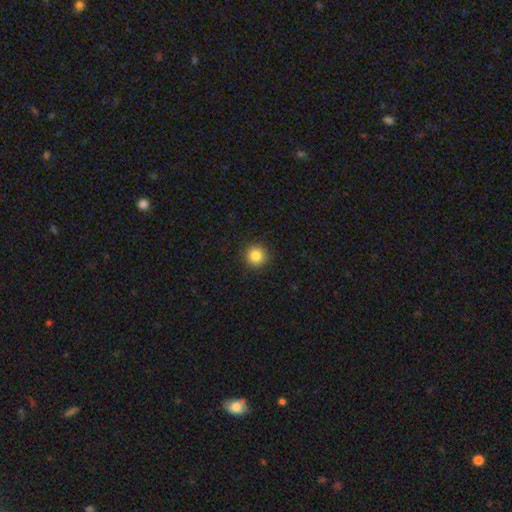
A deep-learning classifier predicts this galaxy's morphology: Smooth or featured? smooth (86%)
How rounded? round (94%)
Merging? none (92%)